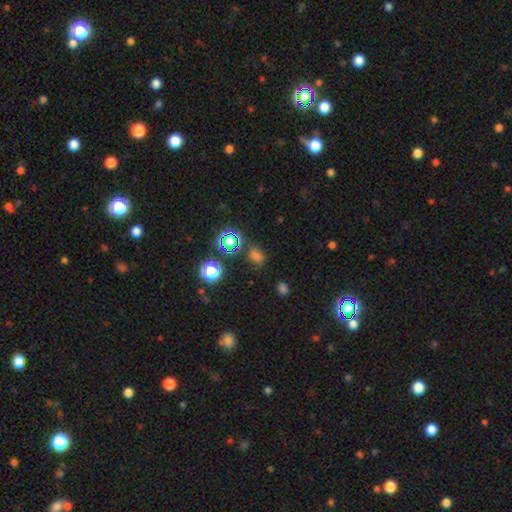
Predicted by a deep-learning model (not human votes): This is likely a smooth galaxy (62%). How rounded: possibly in between (54%). Merging: likely none (74%).